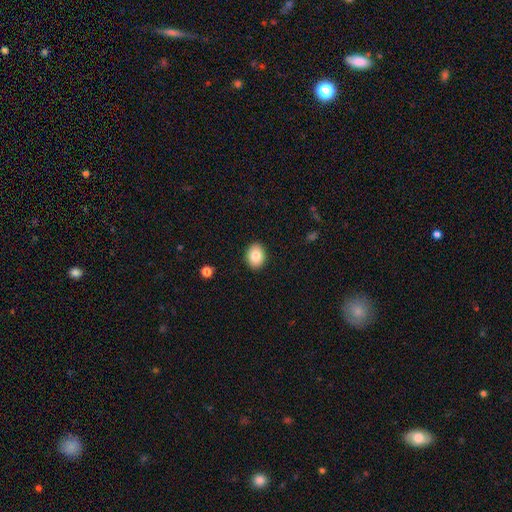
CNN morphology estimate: Smooth or featured? smooth (84%)
How rounded? in between (62%)
Merging? none (90%)